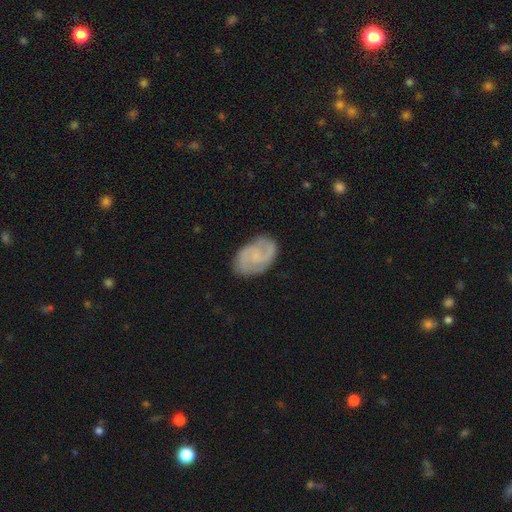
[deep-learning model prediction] featured or disk 77%, smooth 17%, star or artifact 6%. Down the decision tree: edge-on disk — no (98%); bar — no (55%); spiral arms — yes (95%); spiral arm count — 2 (73%); spiral winding — medium (48%); bulge size — none (44%); merging — none (80%).